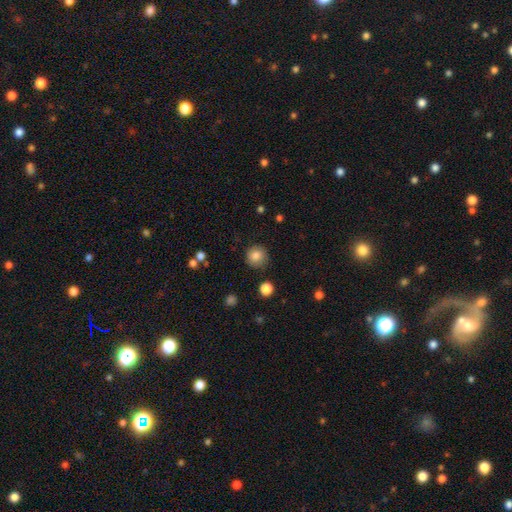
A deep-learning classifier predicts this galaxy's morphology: Smooth or featured? smooth (84%)
How rounded? round (93%)
Merging? none (86%)